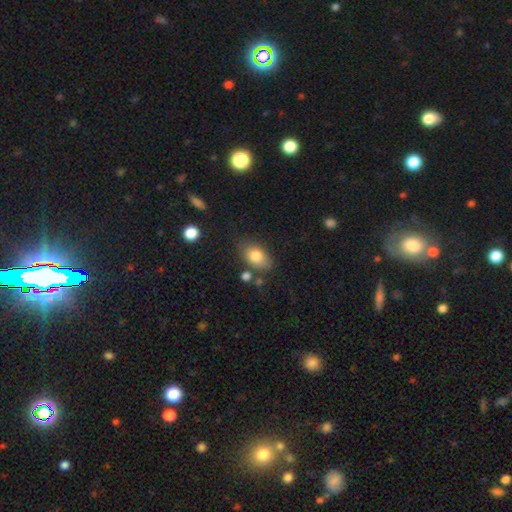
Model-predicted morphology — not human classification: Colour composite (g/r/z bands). It shows a smooth galaxy with no disk features (80%) that is in between round and cigar-shaped (83%). Merging: none (69%).